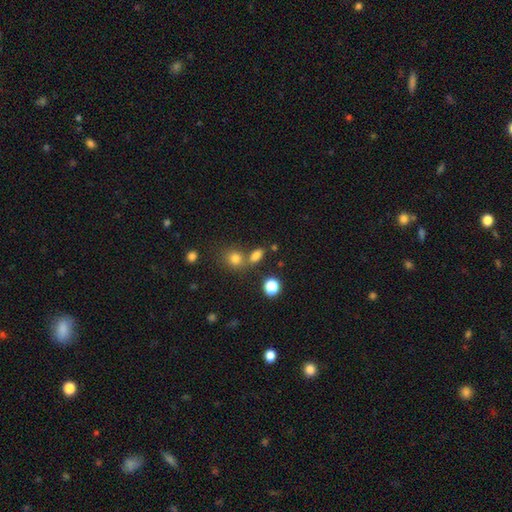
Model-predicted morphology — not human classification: Overall: smooth (78%). How rounded: in between (75%). Merging: none (61%; merger 24%).